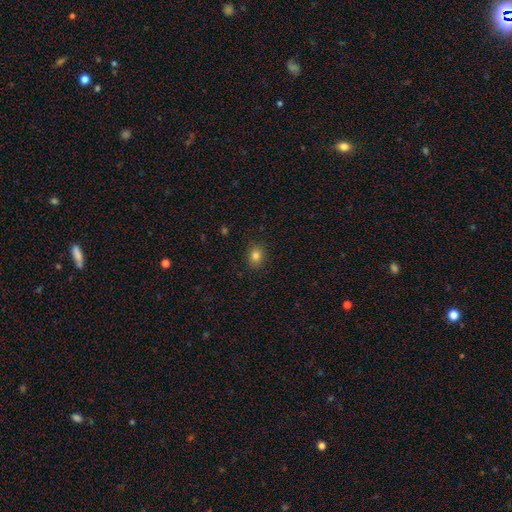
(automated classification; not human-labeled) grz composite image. It shows a smooth galaxy with no disk features (82%) that is round (60%). Merging: none (89%).